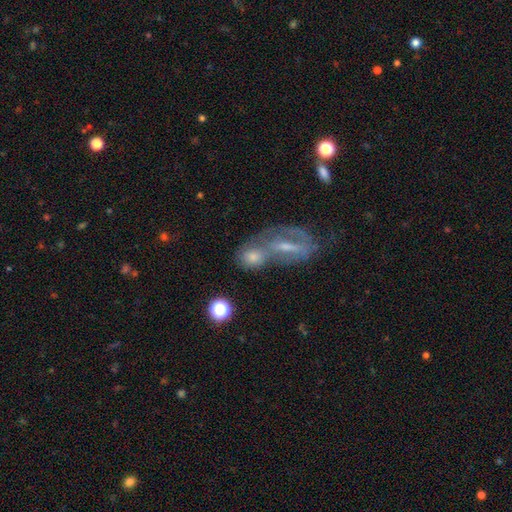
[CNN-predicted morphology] Smooth or featured: featured or disk — 47% (smooth — 39%)
Merging: merger — 56% (none — 26%)